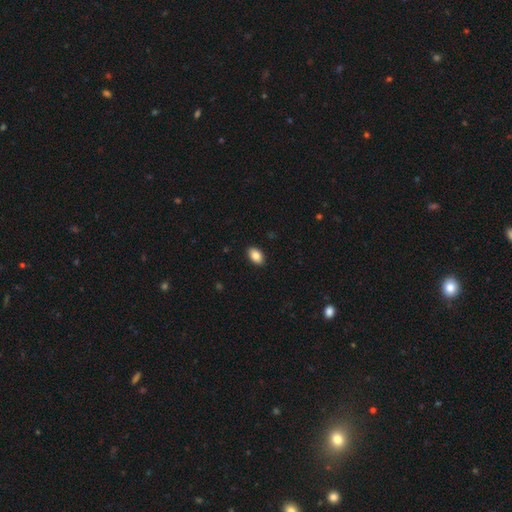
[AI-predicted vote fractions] Smooth or featured? smooth (86%)
How rounded? in between (91%)
Merging? none (90%)